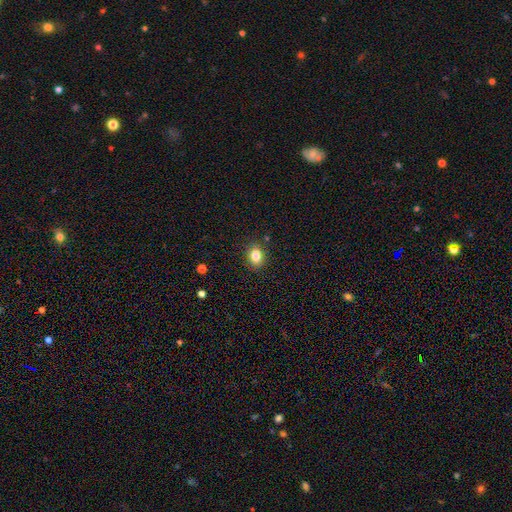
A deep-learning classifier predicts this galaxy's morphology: smooth_or_featured: smooth (p=0.84) [alt: star or artifact p=0.10]
how_rounded: in between (p=0.60) [alt: round p=0.39]
merging: none (p=0.87) [alt: minor disturbance p=0.09]